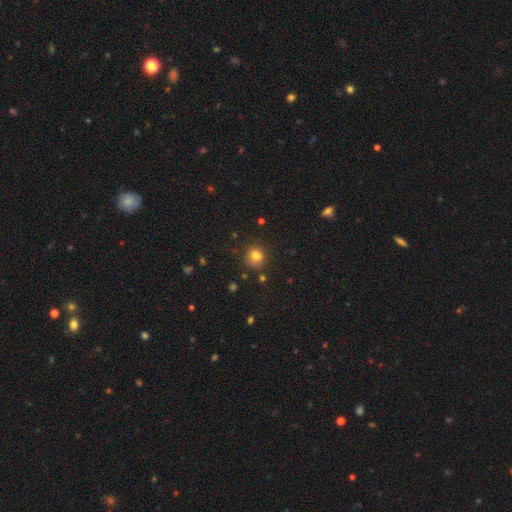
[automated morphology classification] smooth 77%, star or artifact 14%, featured or disk 9%. Down the decision tree: how rounded — round (79%); merging — none (70%).